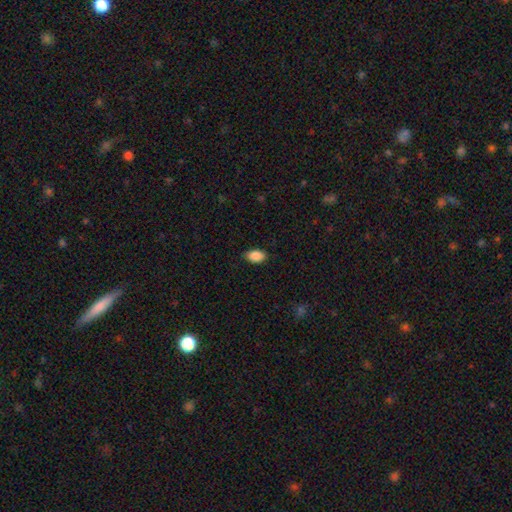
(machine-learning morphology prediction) This appears to be a smooth galaxy with no disk features (88%) that is in between round and cigar-shaped (91%). Merging: none (84%).